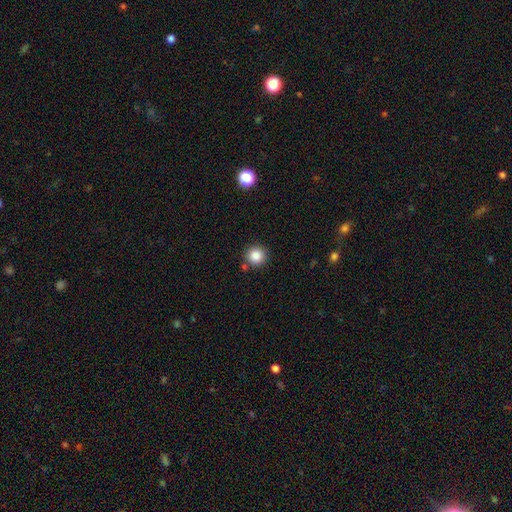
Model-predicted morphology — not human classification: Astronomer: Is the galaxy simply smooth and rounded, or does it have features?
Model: smooth — 85%.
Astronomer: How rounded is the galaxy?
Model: round — 95%.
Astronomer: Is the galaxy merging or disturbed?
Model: none — 85%.